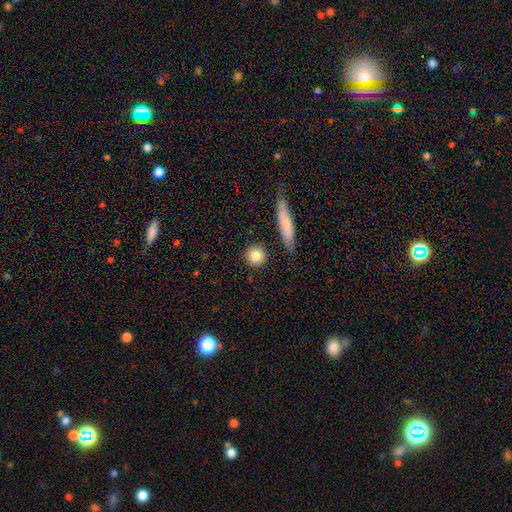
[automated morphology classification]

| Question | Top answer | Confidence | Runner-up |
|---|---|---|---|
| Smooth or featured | smooth | 82% | featured or disk (10%) |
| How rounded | round | 88% | in between (8%) |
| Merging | none | 87% | minor disturbance (8%) |